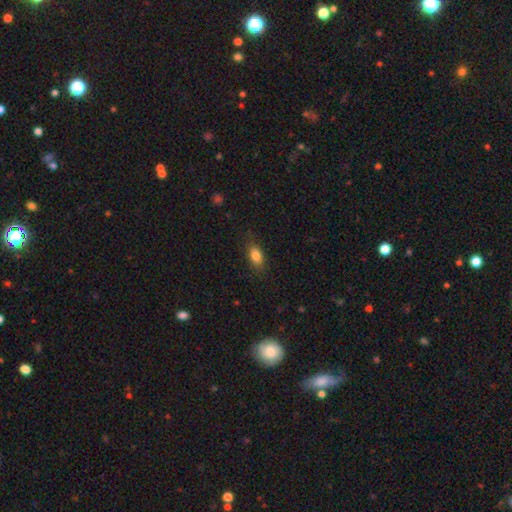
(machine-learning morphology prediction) Overall: smooth (83%). How rounded: in between (83%). Merging: none (82%).